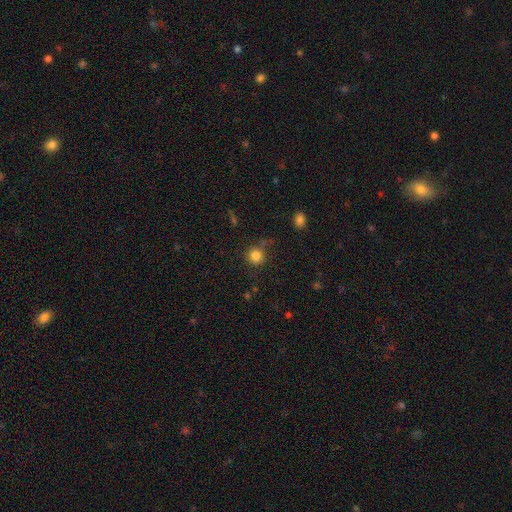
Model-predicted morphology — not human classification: smooth 84%, star or artifact 11%, featured or disk 5%. Down the decision tree: how rounded — round (92%); merging — none (79%).